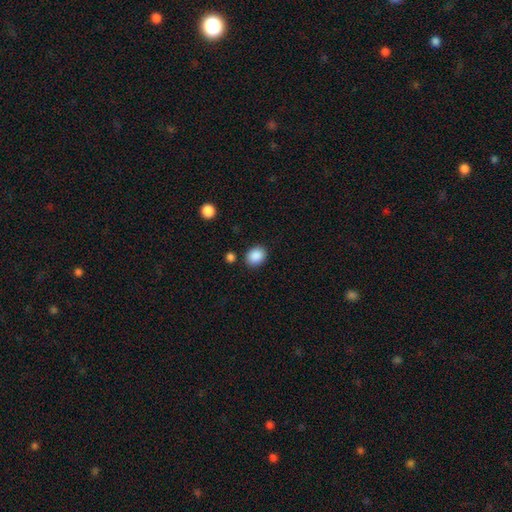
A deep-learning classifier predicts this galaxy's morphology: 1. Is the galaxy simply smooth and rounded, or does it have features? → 89% smooth, 8% star or artifact, 3% featured or disk.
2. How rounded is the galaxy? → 53% in between, 46% round, 1% cigar-shaped.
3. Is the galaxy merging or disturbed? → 84% none, 10% minor disturbance, 3% merger, 3% major disturbance.